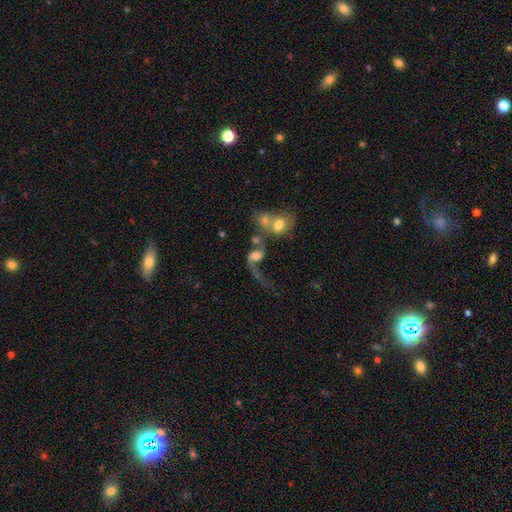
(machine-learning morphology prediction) Overall: featured or disk (57%; smooth 32%). Edge-on disk: no (95%). Bar: no (62%; weak 29%). Spiral arms: yes (75%). Bulge size: moderate (45%; large 25%). Merging: merger (48%; major disturbance 27%).